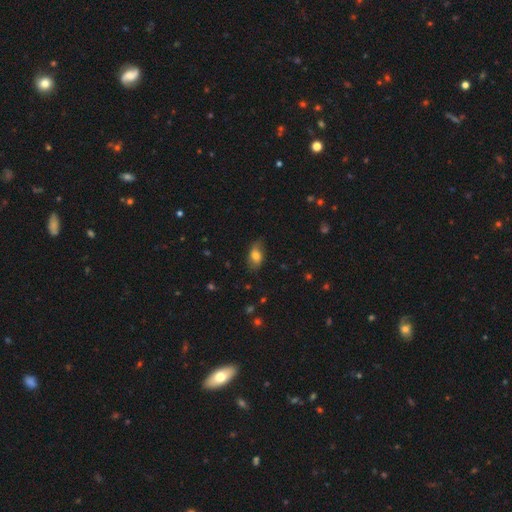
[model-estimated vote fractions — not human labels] Q: Smooth or featured?
A: smooth (68%); runner-up: featured or disk (23%)
Q: How rounded?
A: in between (87%); runner-up: round (8%)
Q: Merging?
A: none (68%); runner-up: minor disturbance (24%)